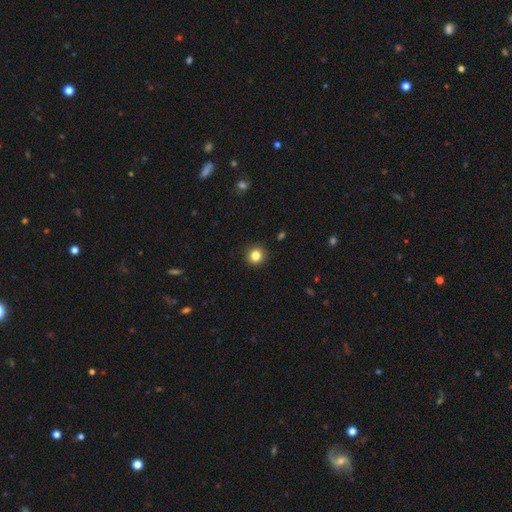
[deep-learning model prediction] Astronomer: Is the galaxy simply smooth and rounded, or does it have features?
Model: smooth — 83%.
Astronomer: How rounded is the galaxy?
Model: round — 94%.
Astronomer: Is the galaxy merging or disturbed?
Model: none — 93%.